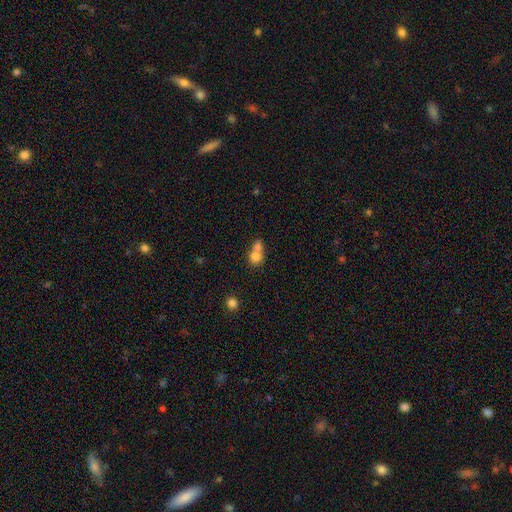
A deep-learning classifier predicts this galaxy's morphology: Smooth or featured: smooth — 76% (featured or disk — 14%)
How rounded: round — 74% (in between — 25%)
Merging: merger — 64% (none — 27%)